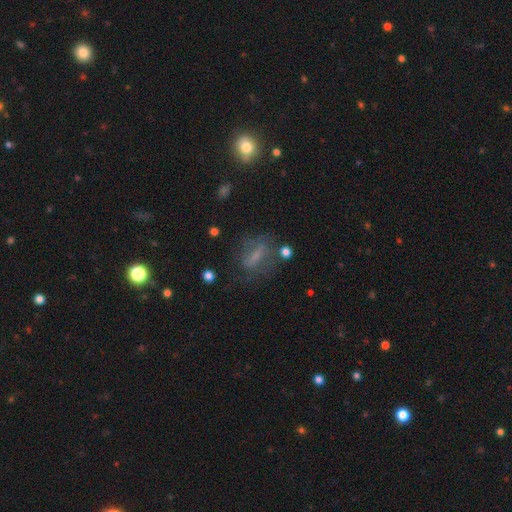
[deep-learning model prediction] Q: Smooth or featured?
A: smooth (44%); runner-up: featured or disk (39%)
Q: Merging?
A: none (57%); runner-up: minor disturbance (21%)